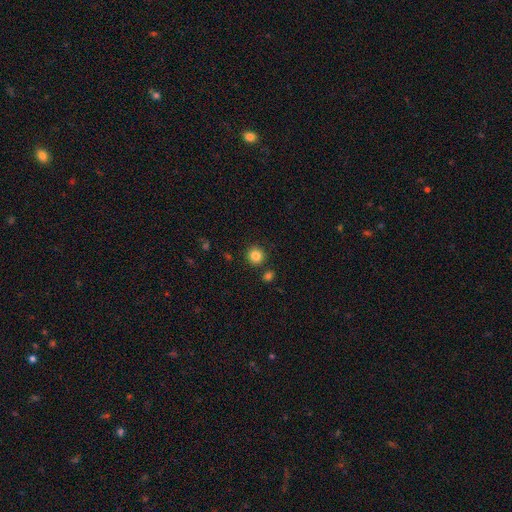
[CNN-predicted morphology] smooth-or-featured: smooth: 85% | star or artifact: 11% | featured or disk: 4%
  how-rounded: round: 93% | in between: 6% | cigar-shaped: 1%
  merging: none: 87% | minor disturbance: 6% | merger: 5% | major disturbance: 2%